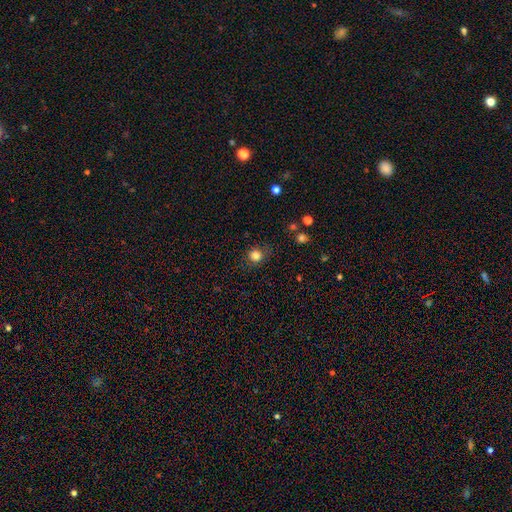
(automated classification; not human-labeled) A smooth galaxy with no disk features (82%) that is round (87%).

Vote fractions:
- Smooth or featured? smooth: 82% / star or artifact: 12% / featured or disk: 5%
- How rounded? round: 87% / in between: 12% / cigar-shaped: 1%
- Merging? none: 82% / minor disturbance: 12% / major disturbance: 4% / merger: 2%